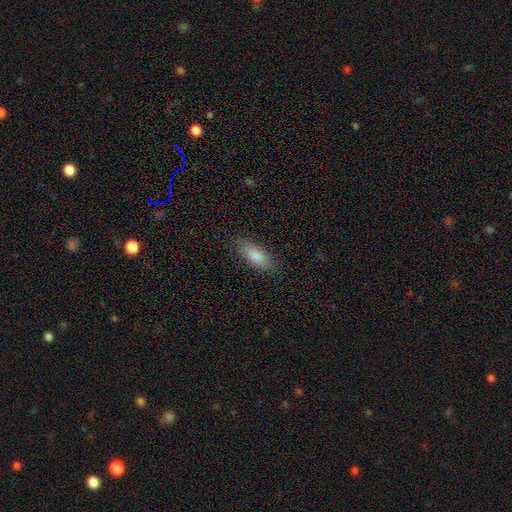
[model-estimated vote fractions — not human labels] The model was most divided on "how rounded": in between: 74%, cigar-shaped: 23%, round: 2%. More confident: merging — none (86%); smooth or featured — smooth (81%).